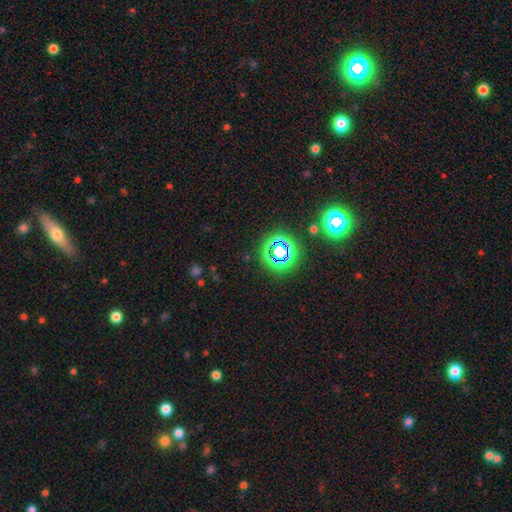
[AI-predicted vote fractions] This appears to be a star or artifact, not a galaxy (76%).